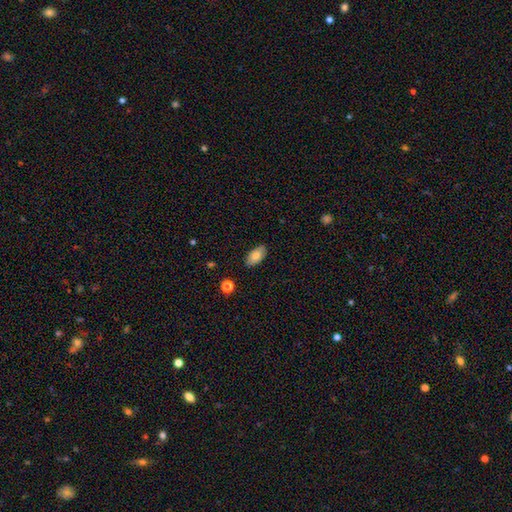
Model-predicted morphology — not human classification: type=smooth (76%); roundness=in between (93%); merging=none (86%).